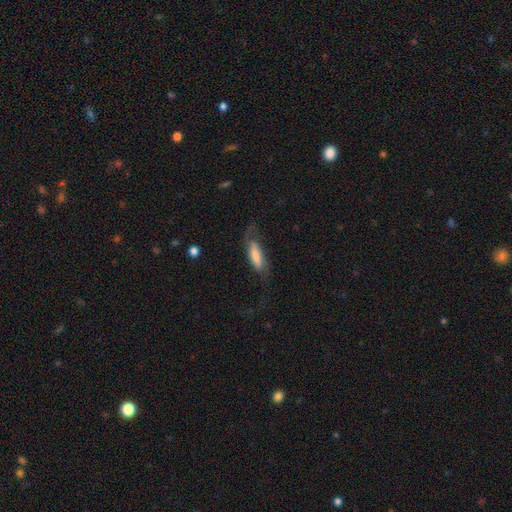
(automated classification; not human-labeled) Smooth or featured? smooth (56%)
How rounded? in between (59%)
Merging? none (51%)